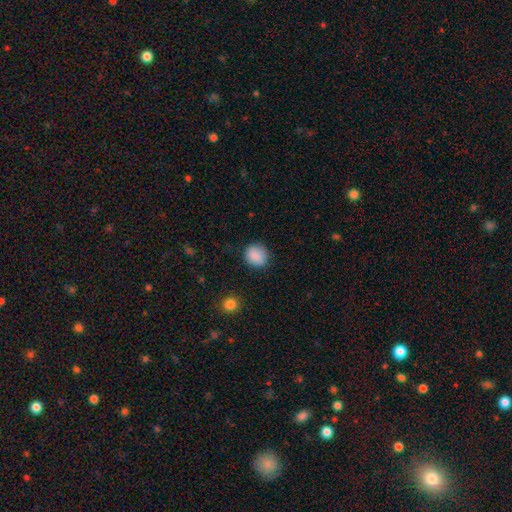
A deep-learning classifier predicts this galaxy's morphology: smooth 88%, star or artifact 9%, featured or disk 3%. Down the decision tree: how rounded — round (82%); merging — none (84%).